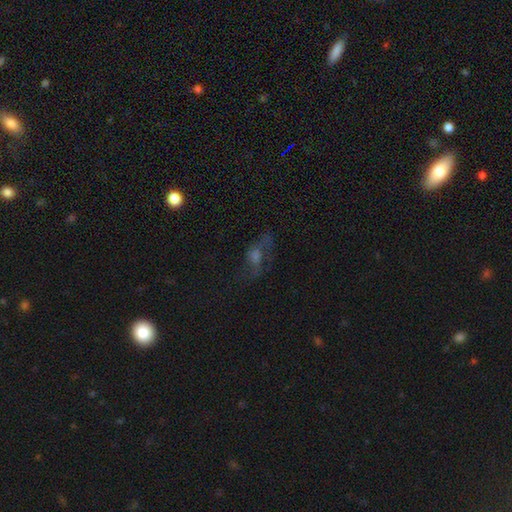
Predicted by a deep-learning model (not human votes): Smooth or featured? Predicted: featured or disk (p=0.44). Merging? Predicted: none (p=0.51).